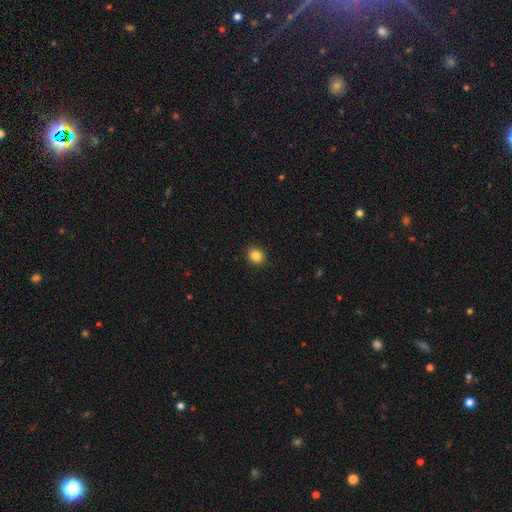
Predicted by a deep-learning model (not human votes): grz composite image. It shows a smooth galaxy with no disk features (85%) that is round (74%). Merging: none (92%).